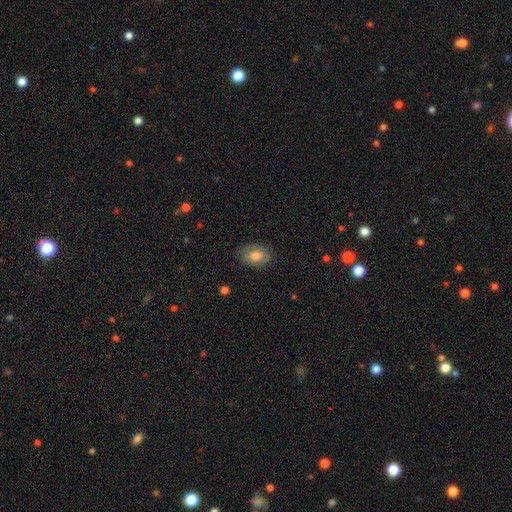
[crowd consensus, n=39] Overall: smooth (72%). How rounded: in between (82%). Merging: none (97%).